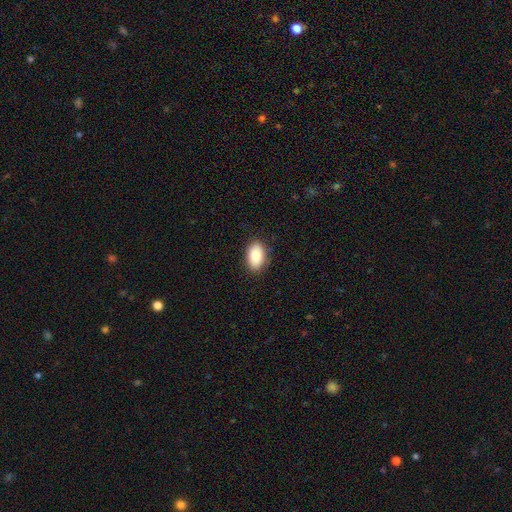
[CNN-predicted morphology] type=smooth (86%); roundness=in between (92%); merging=none (87%).